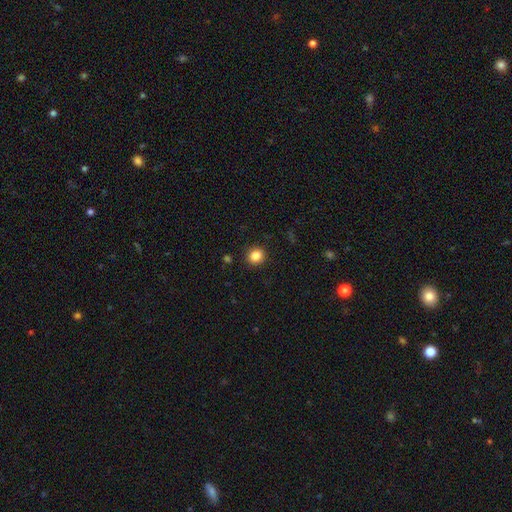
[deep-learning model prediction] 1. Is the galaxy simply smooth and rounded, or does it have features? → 85% smooth, 10% star or artifact, 5% featured or disk.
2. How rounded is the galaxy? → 82% round, 17% in between, 1% cigar-shaped.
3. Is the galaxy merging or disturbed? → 91% none, 6% minor disturbance, 2% major disturbance, 1% merger.